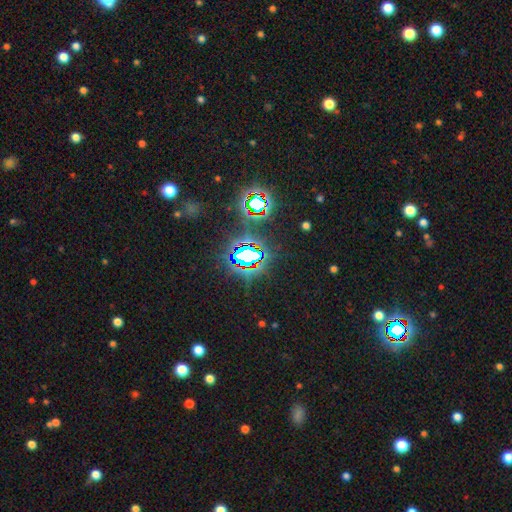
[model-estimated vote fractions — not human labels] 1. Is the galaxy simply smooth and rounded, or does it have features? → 82% star or artifact, 11% smooth, 7% featured or disk.